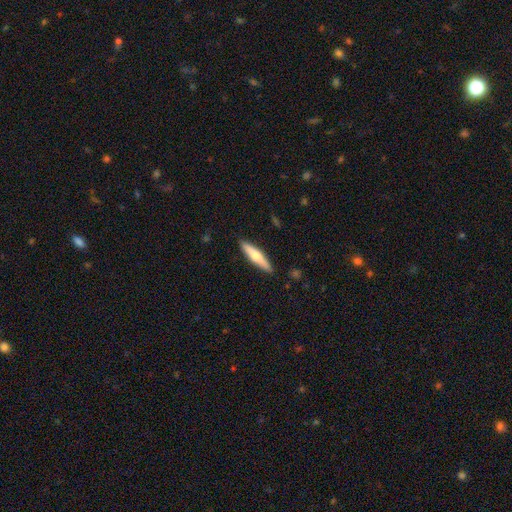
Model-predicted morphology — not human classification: Smooth or featured? smooth (52%)
How rounded? cigar-shaped (80%)
Merging? none (89%)